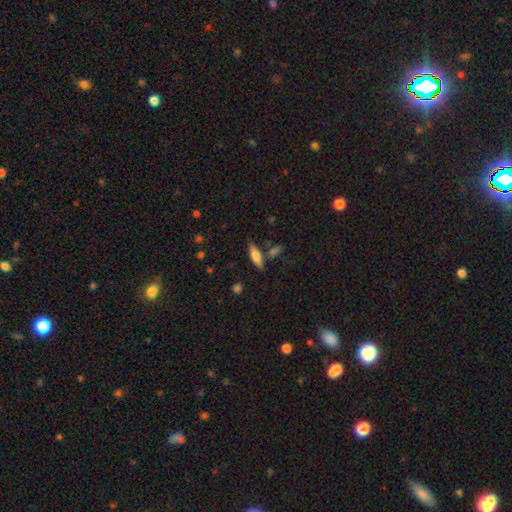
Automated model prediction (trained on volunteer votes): Overall: smooth (68%). How rounded: in between (53%; cigar-shaped 44%). Merging: none (73%).